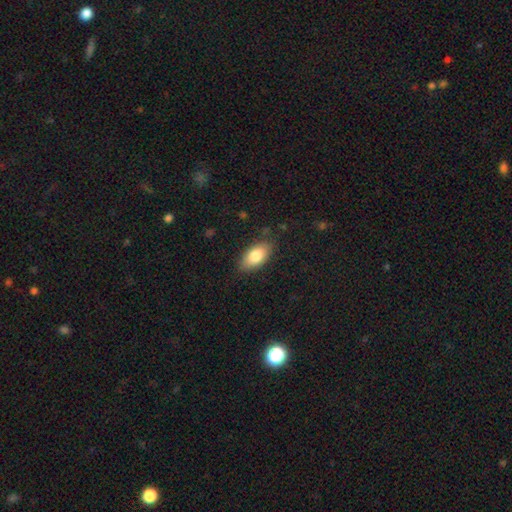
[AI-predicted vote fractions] Smooth or featured? Predicted: smooth (p=0.81). How rounded? Predicted: in between (p=0.90). Merging? Predicted: none (p=0.84).